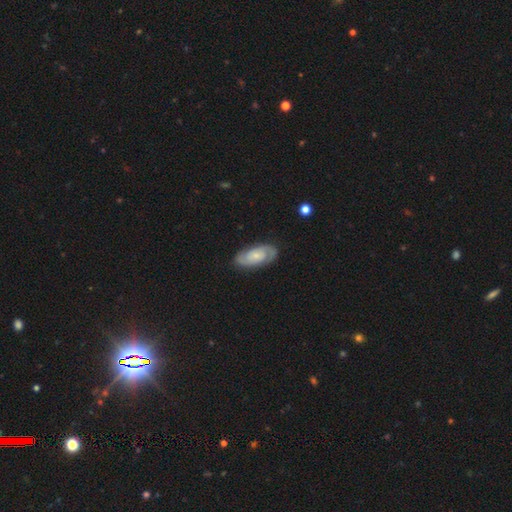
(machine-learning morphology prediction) Smooth or featured? featured or disk (67%)
Edge-on disk? no (94%)
Bar? no (66%)
Spiral arms? yes (91%)
Spiral winding? tight (52%)
Spiral arm count? 2 (77%)
Bulge size? small (60%)
Merging? none (81%)